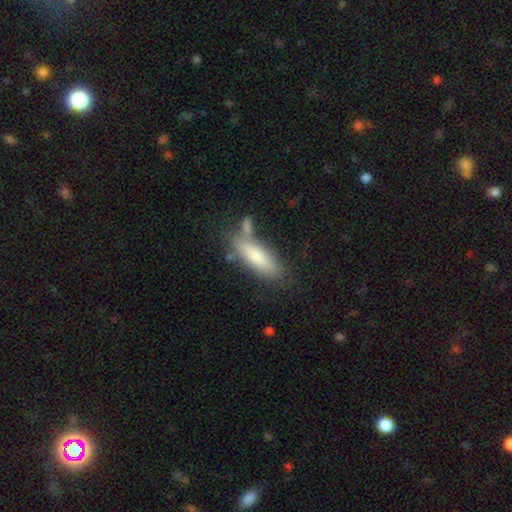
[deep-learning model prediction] The model was most divided on "how rounded" (2-way tie): cigar-shaped: 49%, in between: 49%, round: 2%. More confident: smooth or featured — smooth (78%); merging — none (62%).